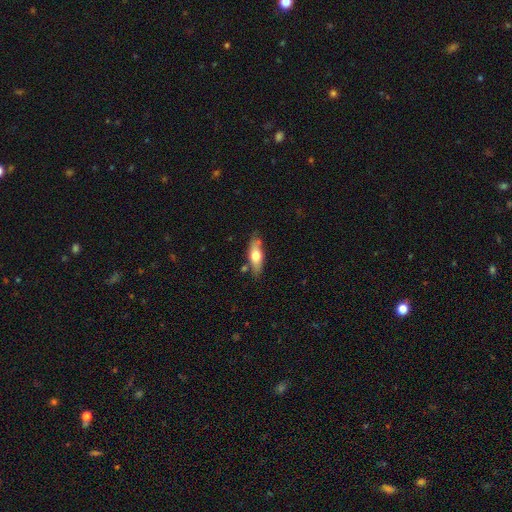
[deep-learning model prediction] A smooth galaxy with no disk features (63%) that is in between round and cigar-shaped (61%). Merging: none (75%).